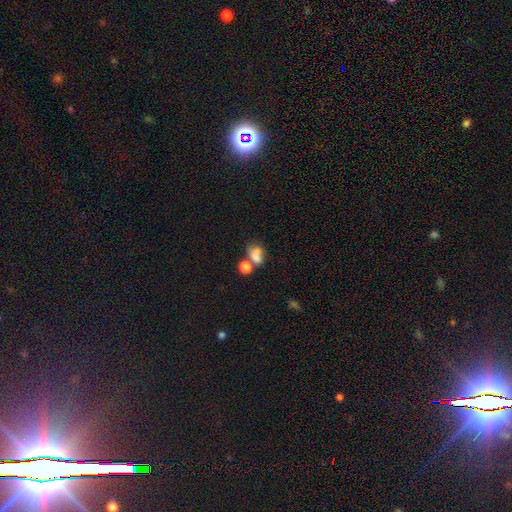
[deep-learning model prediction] A smooth galaxy with no disk features (72%) that is in between round and cigar-shaped (61%). Merging: merger (48%).